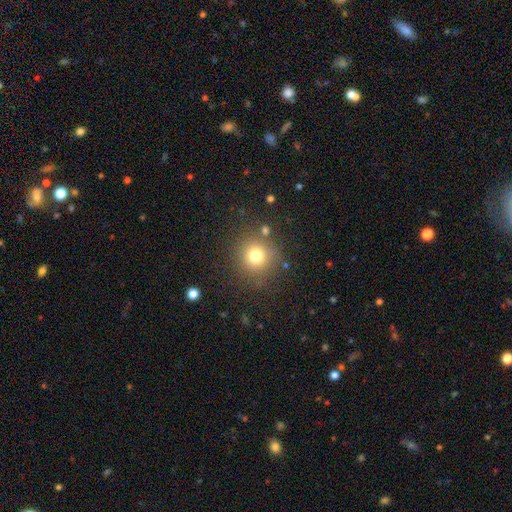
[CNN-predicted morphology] Q: Smooth or featured?
A: smooth (75%); runner-up: star or artifact (15%)
Q: How rounded?
A: round (93%); runner-up: in between (6%)
Q: Merging?
A: none (83%); runner-up: minor disturbance (9%)